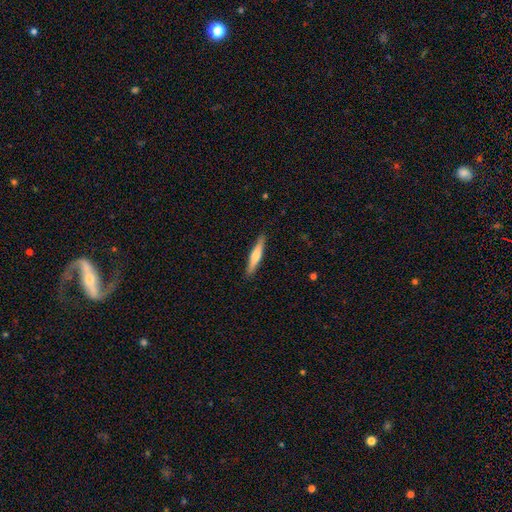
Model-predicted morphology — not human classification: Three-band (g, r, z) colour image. It shows a smooth galaxy with no disk features (57%) that is cigar-shaped (91%). Merging: none (90%).